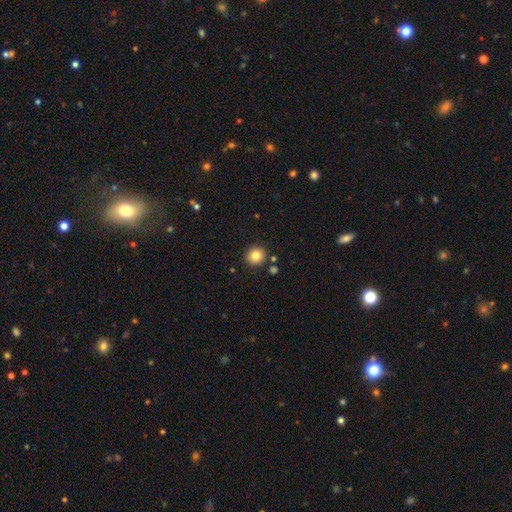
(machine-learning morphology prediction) Q: Smooth or featured?
A: smooth (83%); runner-up: star or artifact (10%)
Q: How rounded?
A: round (92%); runner-up: in between (7%)
Q: Merging?
A: none (88%); runner-up: minor disturbance (6%)